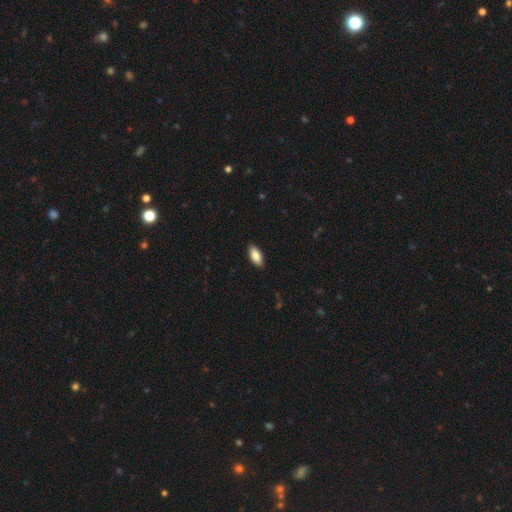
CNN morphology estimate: Smooth or featured?
  - smooth: 85% *
  - featured or disk: 9%
  - star or artifact: 6%
How rounded?
  - in between: 88% *
  - cigar-shaped: 10%
  - round: 2%
Merging?
  - none: 89% *
  - minor disturbance: 9%
  - major disturbance: 2%
  - merger: 1%